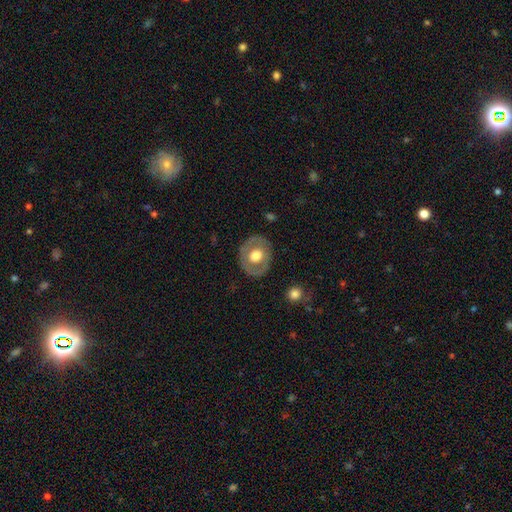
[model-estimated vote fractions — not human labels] Smooth or featured: smooth — 50% (featured or disk — 44%)
How rounded: round — 62% (in between — 37%)
Merging: none — 83% (minor disturbance — 12%)